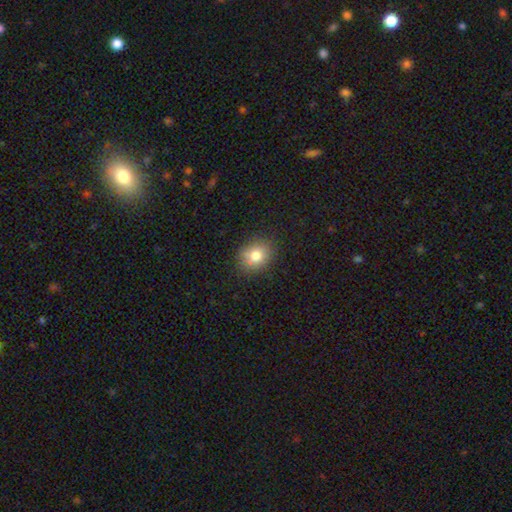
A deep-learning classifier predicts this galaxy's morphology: smooth-or-featured: smooth: 78% | star or artifact: 12% | featured or disk: 10%
  how-rounded: round: 60% | in between: 39% | cigar-shaped: 1%
  merging: none: 78% | minor disturbance: 15% | major disturbance: 4% | merger: 2%